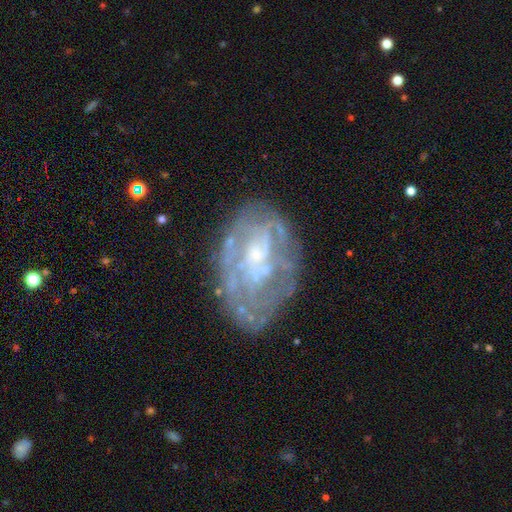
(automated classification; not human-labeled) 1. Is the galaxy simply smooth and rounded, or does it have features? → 72% featured or disk, 19% smooth, 9% star or artifact.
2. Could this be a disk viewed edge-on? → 97% no, 3% yes.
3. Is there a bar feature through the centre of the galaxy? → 76% no, 19% weak, 4% strong.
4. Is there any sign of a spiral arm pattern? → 58% no, 42% yes.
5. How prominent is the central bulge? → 45% small, 29% moderate, 21% none, 4% large, 1% dominant.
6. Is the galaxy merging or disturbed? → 57% none, 22% minor disturbance, 17% major disturbance, 5% merger.